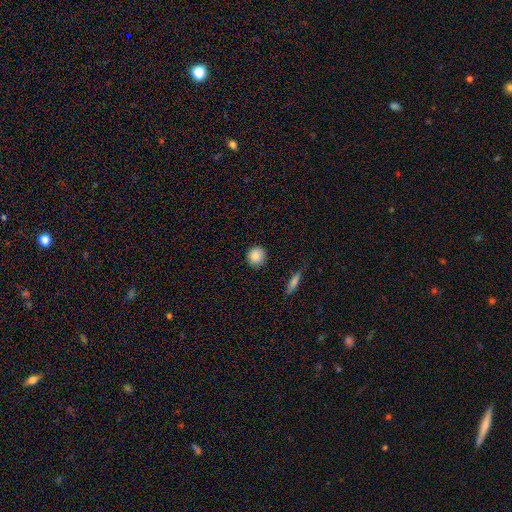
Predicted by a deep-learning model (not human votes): smooth 87%, star or artifact 8%, featured or disk 5%. Down the decision tree: how rounded — round (93%); merging — none (89%).